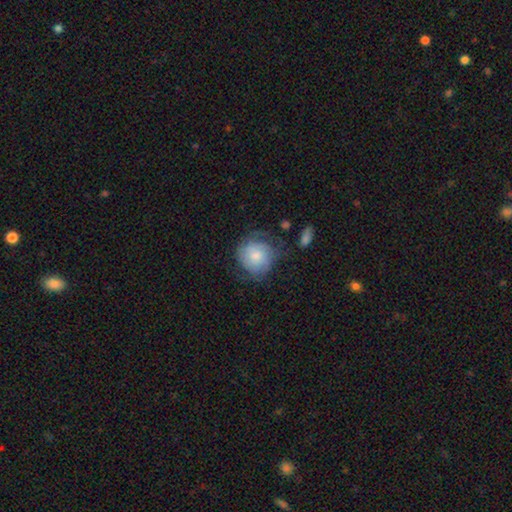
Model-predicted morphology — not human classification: This appears to be a smooth galaxy with no disk features (60%) that is round (84%). Merging: none (47%).